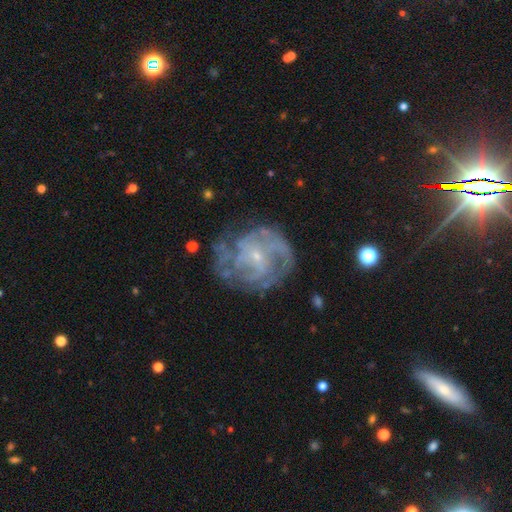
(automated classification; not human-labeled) The model was most divided on "spiral winding": tight: 51%, medium: 37%, loose: 12%. Remaining: edge-on disk — no (98%); spiral arms — yes (88%); smooth or featured — featured or disk (82%); bulge size — small (81%); merging — none (67%); bar — no (58%); spiral arm count — can't tell (38%).